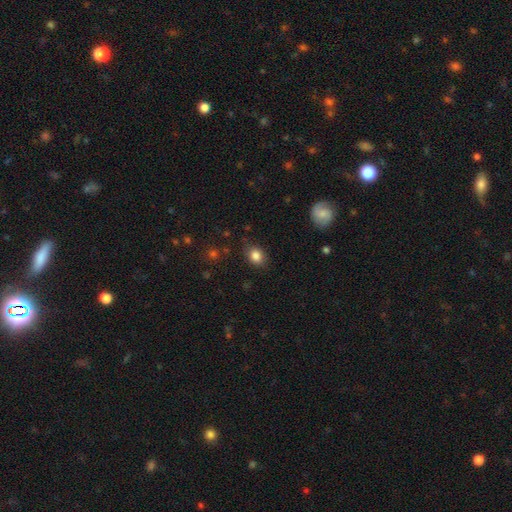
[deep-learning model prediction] This is clearly a smooth galaxy (84%). How rounded: possibly in between (51%). Merging: likely none (80%).